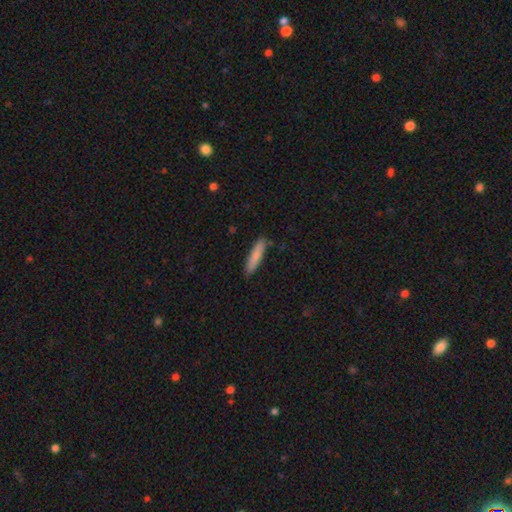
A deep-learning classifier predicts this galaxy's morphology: Overall: smooth (83%). How rounded: cigar-shaped (86%). Merging: none (87%).